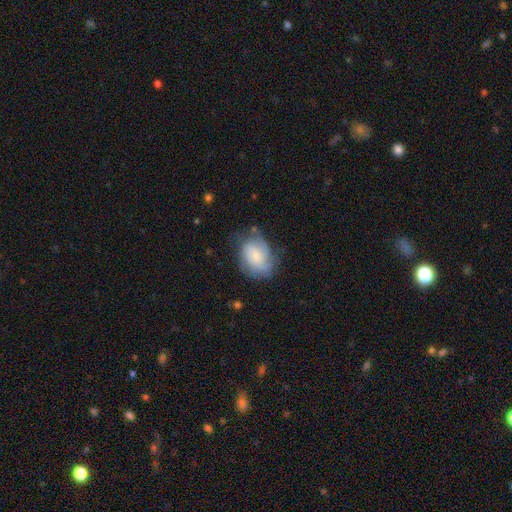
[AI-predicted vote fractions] featured or disk 57%, smooth 35%, star or artifact 8%. Down the decision tree: edge-on disk — no (97%); bar — no (59%); spiral arms — yes (86%); bulge size — small (56%); merging — none (58%).